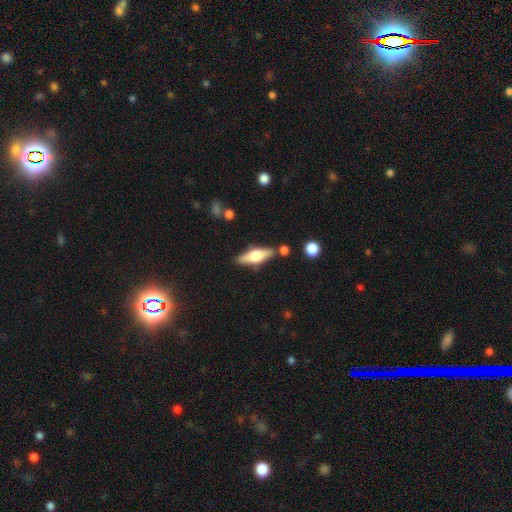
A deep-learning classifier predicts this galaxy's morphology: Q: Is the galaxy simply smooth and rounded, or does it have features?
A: featured or disk — 49%.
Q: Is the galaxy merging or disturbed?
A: none — 80%.